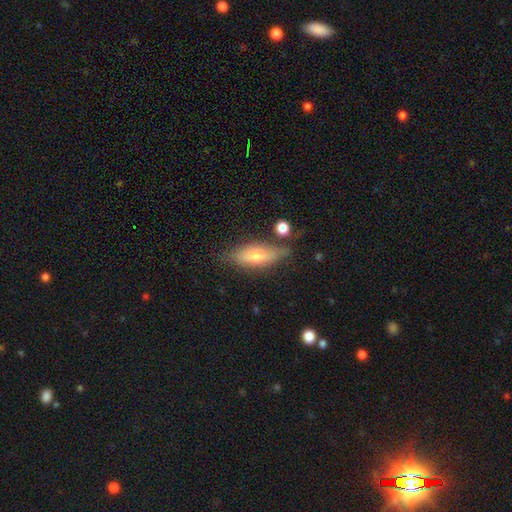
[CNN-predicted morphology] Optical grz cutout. It shows a smooth galaxy with no disk features (55%) that is in between round and cigar-shaped (53%). Merging: none (70%).